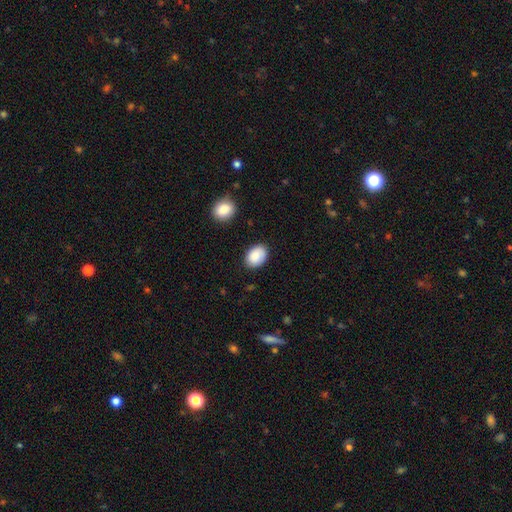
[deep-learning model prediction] smooth-or-featured: smooth: 89% | star or artifact: 7% | featured or disk: 4%
  how-rounded: in between: 81% | round: 18% | cigar-shaped: 1%
  merging: none: 85% | minor disturbance: 11% | major disturbance: 2% | merger: 2%